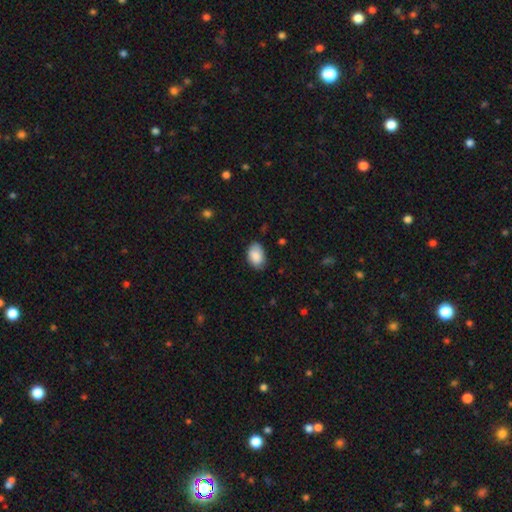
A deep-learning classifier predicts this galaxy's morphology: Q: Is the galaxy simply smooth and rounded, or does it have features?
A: smooth — 88%.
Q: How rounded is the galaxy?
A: in between — 88%.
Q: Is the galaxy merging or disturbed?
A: none — 77%.